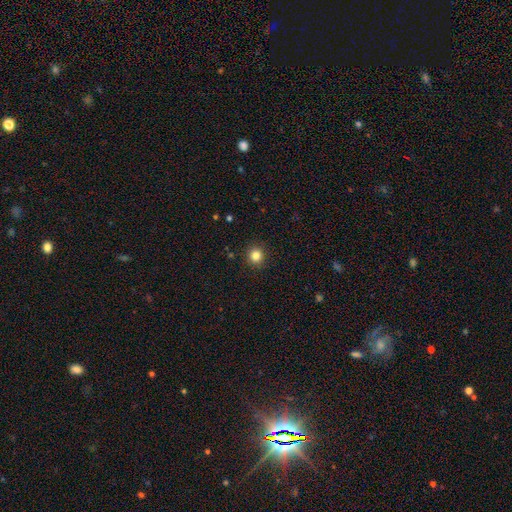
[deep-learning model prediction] Smooth or featured? Predicted: smooth (p=0.83). How rounded? Predicted: round (p=0.93). Merging? Predicted: none (p=0.92).